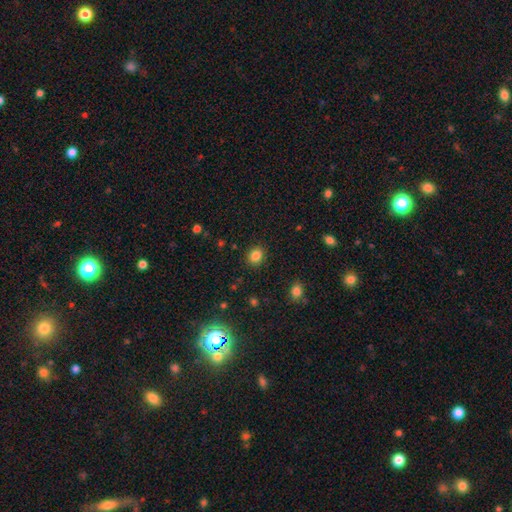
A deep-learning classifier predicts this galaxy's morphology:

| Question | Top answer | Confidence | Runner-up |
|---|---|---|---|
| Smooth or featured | smooth | 84% | star or artifact (12%) |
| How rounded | round | 65% | in between (34%) |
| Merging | none | 88% | minor disturbance (8%) |